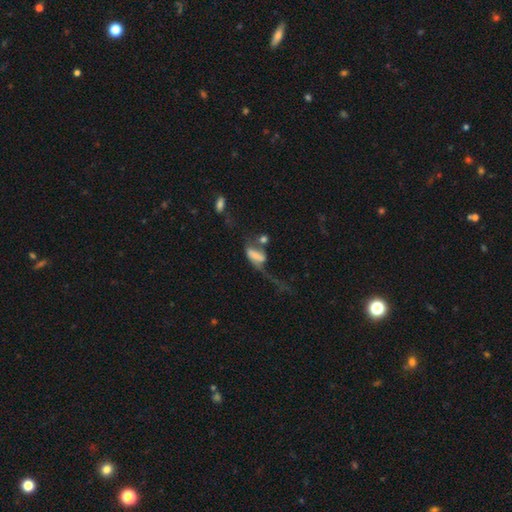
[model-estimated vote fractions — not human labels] A smooth galaxy with no disk features (48%). Merging: major disturbance (47%).